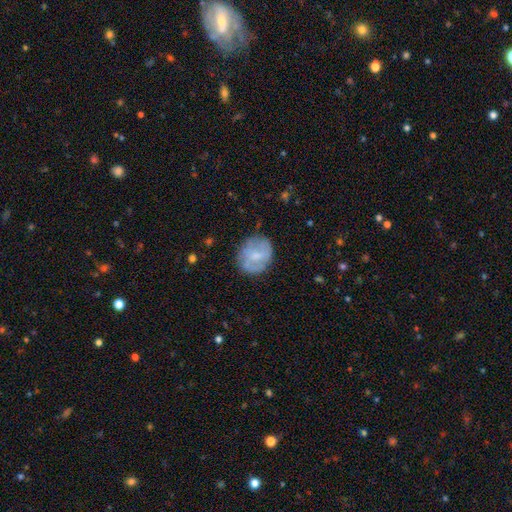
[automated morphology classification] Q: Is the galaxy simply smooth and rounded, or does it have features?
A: smooth — 53%.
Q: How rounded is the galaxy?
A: round — 64%.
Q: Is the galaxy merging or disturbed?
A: none — 72%.